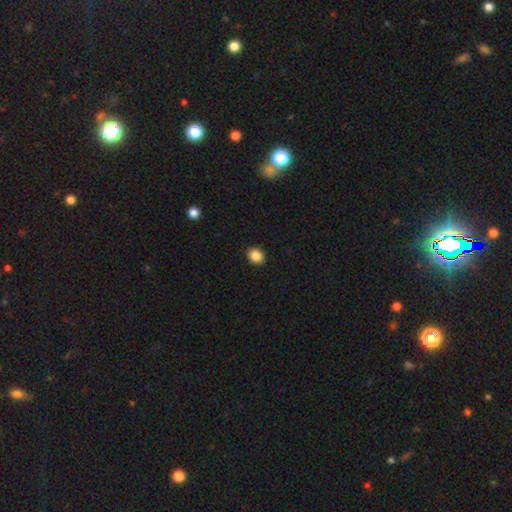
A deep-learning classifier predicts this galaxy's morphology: A smooth galaxy with no disk features (87%) that is round (63%).

Vote fractions:
- Smooth or featured? smooth: 87% / star or artifact: 9% / featured or disk: 3%
- How rounded? round: 63% / in between: 36% / cigar-shaped: 1%
- Merging? none: 92% / minor disturbance: 6% / major disturbance: 2% / merger: 1%